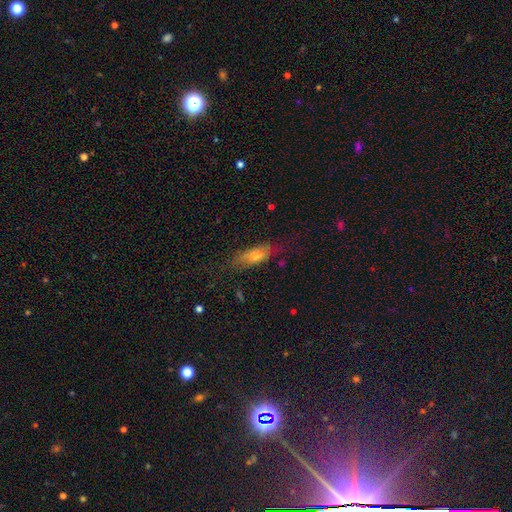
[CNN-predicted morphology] Q: Smooth or featured?
A: smooth (59%); runner-up: featured or disk (31%)
Q: How rounded?
A: in between (55%); runner-up: cigar-shaped (41%)
Q: Merging?
A: none (68%); runner-up: minor disturbance (21%)